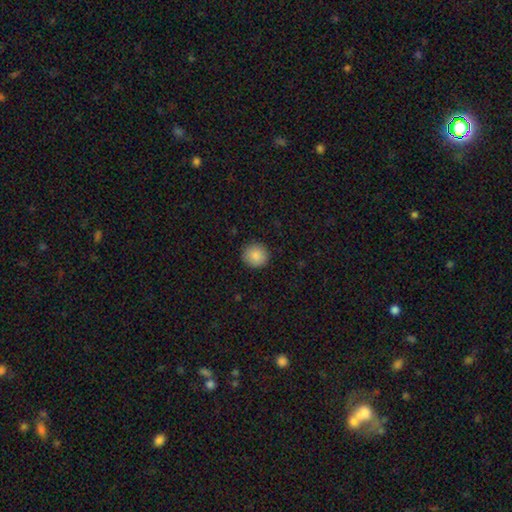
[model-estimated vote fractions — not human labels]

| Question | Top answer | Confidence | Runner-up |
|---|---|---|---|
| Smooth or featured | smooth | 88% | star or artifact (8%) |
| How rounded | round | 93% | in between (6%) |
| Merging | none | 91% | minor disturbance (6%) |